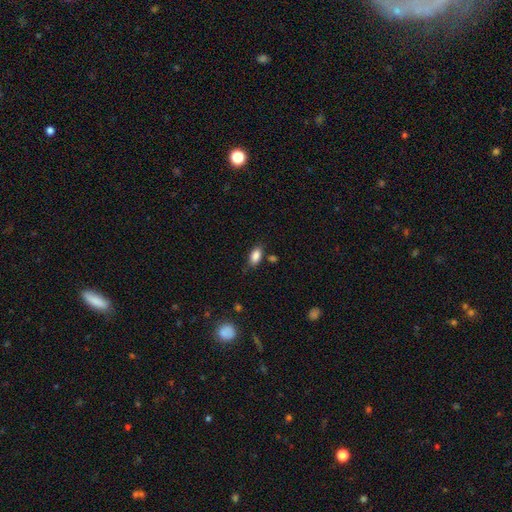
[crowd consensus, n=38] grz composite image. It shows a smooth galaxy with no disk features (89%) that is in between round and cigar-shaped (91%). Merging: none (69%).